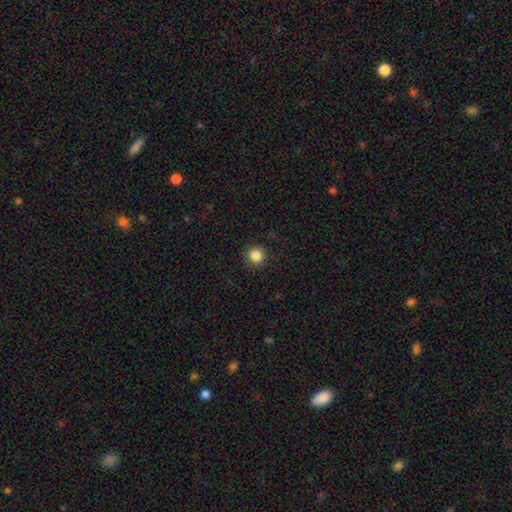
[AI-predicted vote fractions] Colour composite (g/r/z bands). It shows a smooth galaxy with no disk features (85%) that is round (94%). Merging: none (90%).